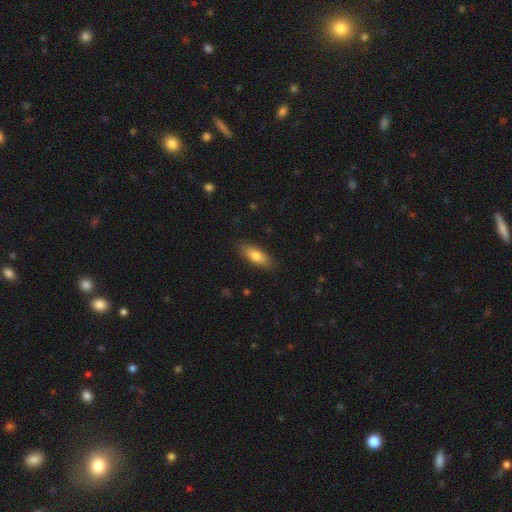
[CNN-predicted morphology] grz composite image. It shows a smooth galaxy with no disk features (76%) that is in between round and cigar-shaped (66%). Merging: none (85%).